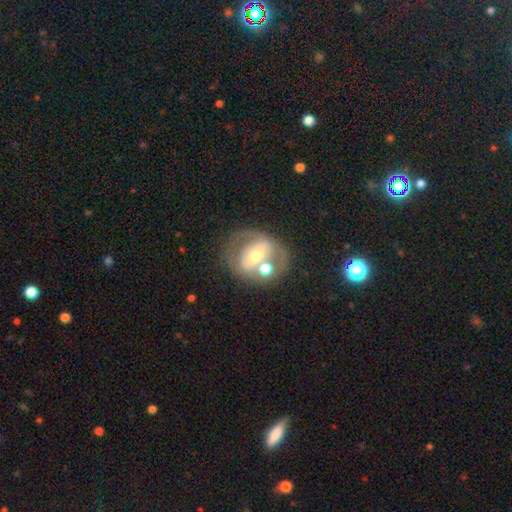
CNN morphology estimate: Smooth or featured?
  - featured or disk: 66% *
  - smooth: 26%
  - star or artifact: 8%
Edge-on disk?
  - no: 95% *
  - yes: 5%
Bar?
  - no: 41% *
  - strong: 29%
  - weak: 29%
Spiral arms?
  - no: 59% *
  - yes: 41%
Bulge size?
  - moderate: 64% *
  - small: 25%
  - large: 8%
  - none: 2%
  - dominant: 2%
Merging?
  - none: 46% *
  - merger: 26%
  - minor disturbance: 16%
  - major disturbance: 12%